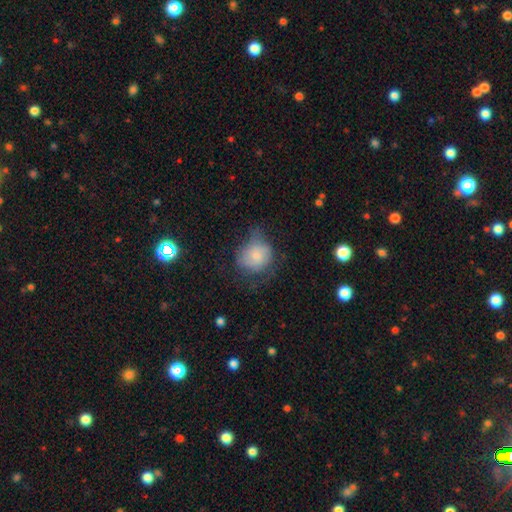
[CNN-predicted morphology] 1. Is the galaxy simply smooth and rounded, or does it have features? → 66% smooth, 23% featured or disk, 10% star or artifact.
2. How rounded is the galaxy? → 73% round, 26% in between, 1% cigar-shaped.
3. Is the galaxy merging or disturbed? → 43% none, 33% minor disturbance, 21% major disturbance, 2% merger.